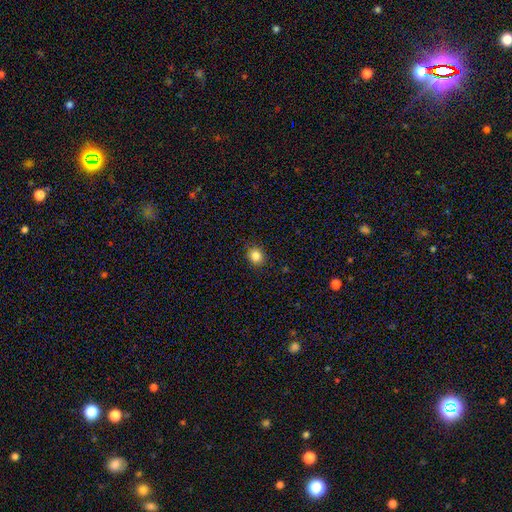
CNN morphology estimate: Smooth or featured? smooth (85%)
How rounded? round (74%)
Merging? none (90%)